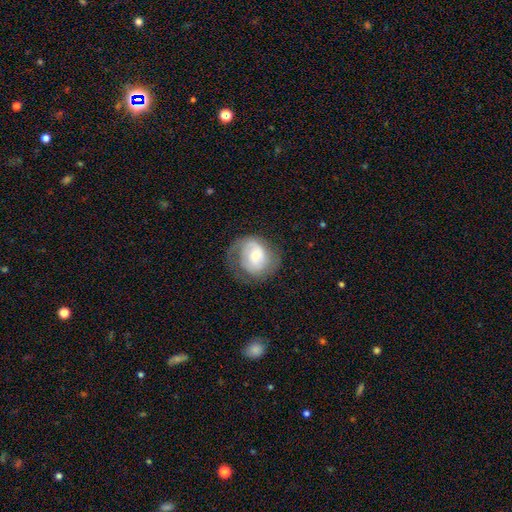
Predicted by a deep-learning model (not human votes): The model was most divided on "bulge size": moderate: 43%, small: 42%, large: 9%, none: 3%, dominant: 2%. More confident: edge-on disk — no (97%); spiral arms — yes (84%); smooth or featured — featured or disk (60%); bar — no (57%); merging — none (57%).